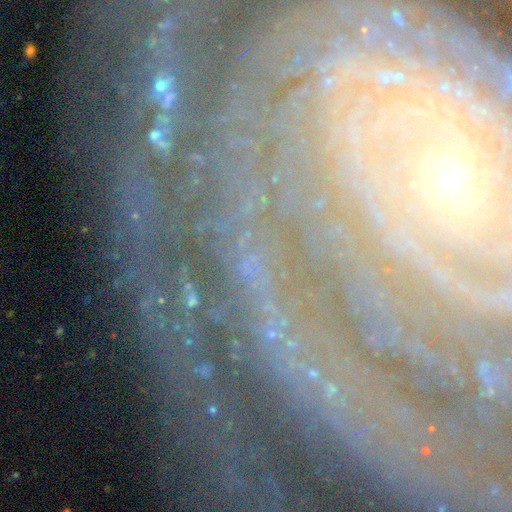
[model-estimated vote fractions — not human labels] This is likely a star or artifact rather than a galaxy (77%).